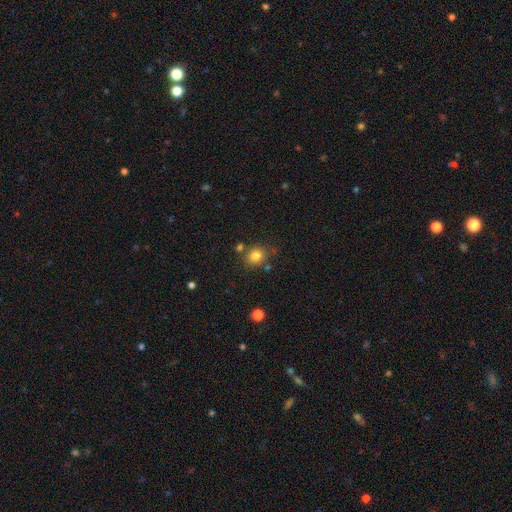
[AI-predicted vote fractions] Q: Smooth or featured?
A: smooth (81%); runner-up: star or artifact (12%)
Q: How rounded?
A: round (65%); runner-up: in between (34%)
Q: Merging?
A: none (72%); runner-up: minor disturbance (14%)